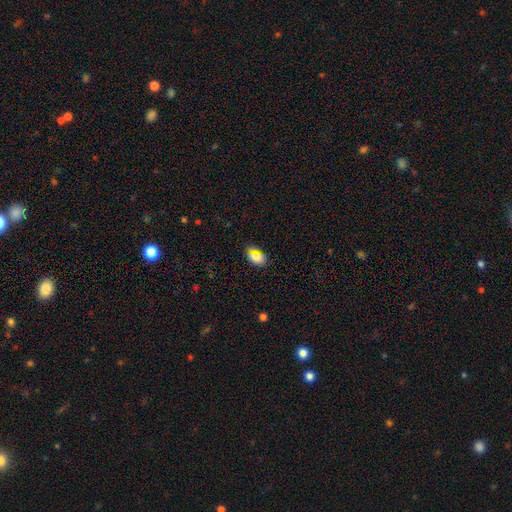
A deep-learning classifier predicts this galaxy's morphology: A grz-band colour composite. It shows a smooth galaxy with no disk features (76%) that is in between round and cigar-shaped (86%). Merging: none (79%).